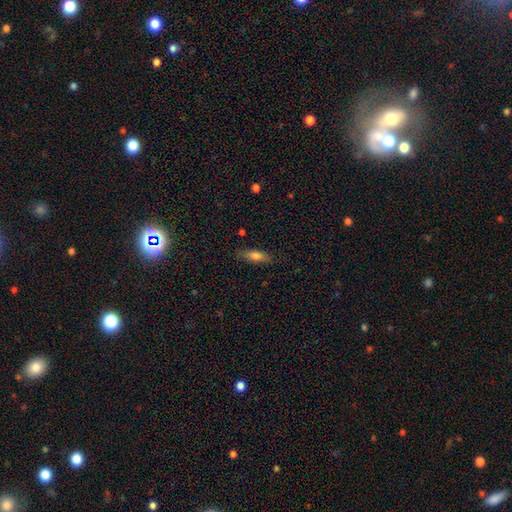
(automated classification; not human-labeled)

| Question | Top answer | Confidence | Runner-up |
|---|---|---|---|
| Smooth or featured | smooth | 72% | featured or disk (20%) |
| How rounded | in between | 52% | cigar-shaped (46%) |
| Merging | none | 84% | minor disturbance (12%) |